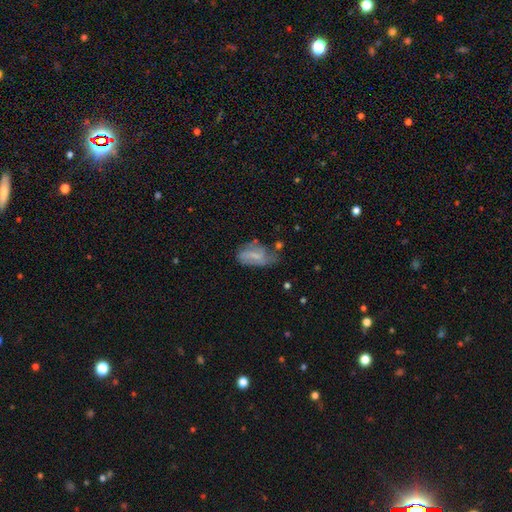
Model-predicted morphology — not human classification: Smooth or featured? Predicted: smooth (p=0.48). Merging? Predicted: minor disturbance (p=0.34, tied with none).